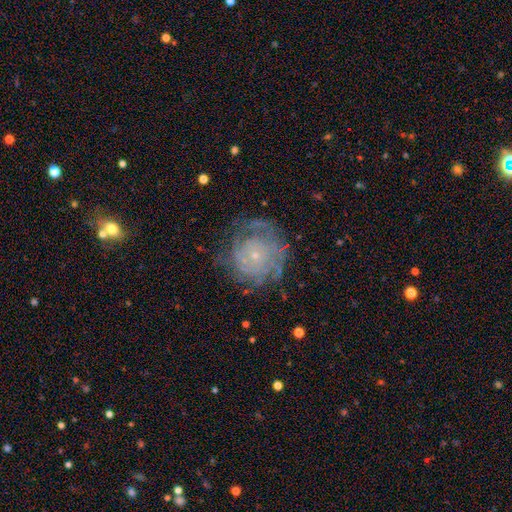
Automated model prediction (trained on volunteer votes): Smooth or featured? Predicted: featured or disk (p=0.67). Edge-on disk? Predicted: no (p=0.97). Bar? Predicted: no (p=0.85). Spiral arms? Predicted: yes (p=0.78). Spiral winding? Predicted: tight (p=0.72). Spiral arm count? Predicted: can't tell (p=0.56). Bulge size? Predicted: small (p=0.83). Merging? Predicted: none (p=0.67).